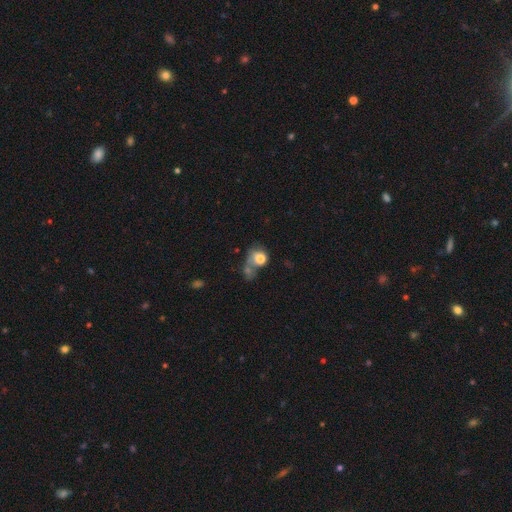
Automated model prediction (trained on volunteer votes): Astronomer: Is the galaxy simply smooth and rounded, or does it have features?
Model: smooth — 60%.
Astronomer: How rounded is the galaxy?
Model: round — 69%.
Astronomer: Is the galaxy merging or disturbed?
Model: merger — 35% (runner-up: none, 30%).